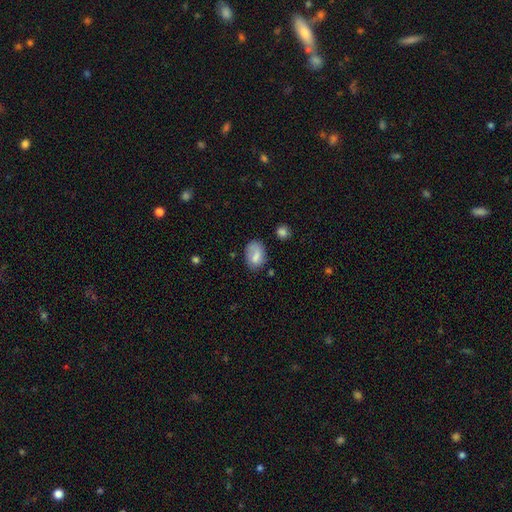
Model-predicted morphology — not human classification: The model was most divided on "merging": none: 59%, minor disturbance: 26%, major disturbance: 10%, merger: 4%. More confident: how rounded — in between (80%); smooth or featured — smooth (75%).